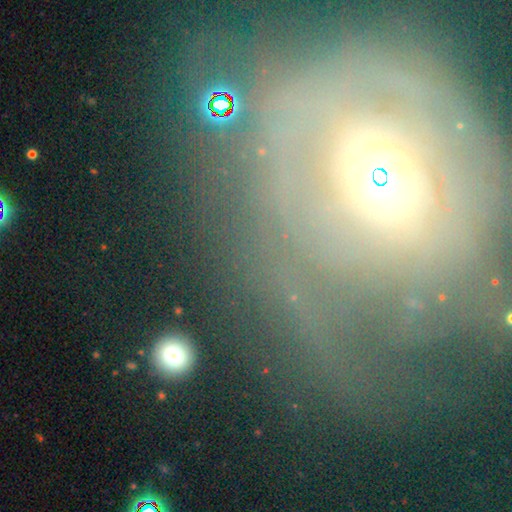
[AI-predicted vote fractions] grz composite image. It shows a featured or disk galaxy (52%). Merging: none (56%).